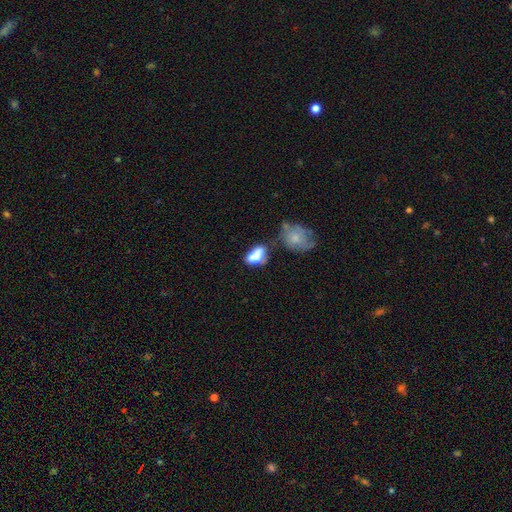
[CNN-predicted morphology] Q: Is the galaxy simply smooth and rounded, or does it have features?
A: smooth — 73%.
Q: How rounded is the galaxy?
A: in between — 84%.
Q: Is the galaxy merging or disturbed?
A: none — 33%.